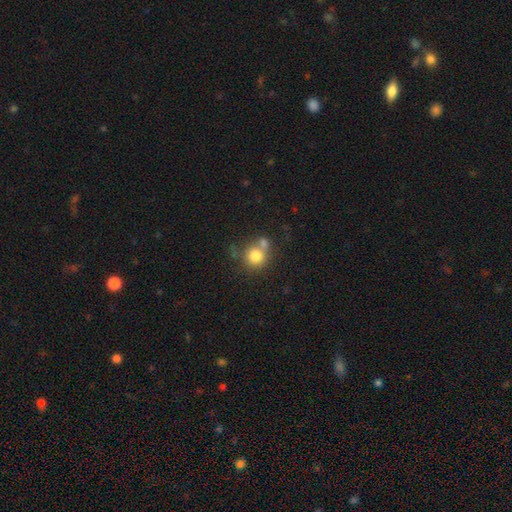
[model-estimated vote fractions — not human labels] A smooth galaxy with no disk features (78%) that is round (88%).

Vote fractions:
- Smooth or featured? smooth: 78% / featured or disk: 11% / star or artifact: 11%
- How rounded? round: 88% / in between: 11% / cigar-shaped: 1%
- Merging? none: 49% / merger: 36% / minor disturbance: 10% / major disturbance: 4%